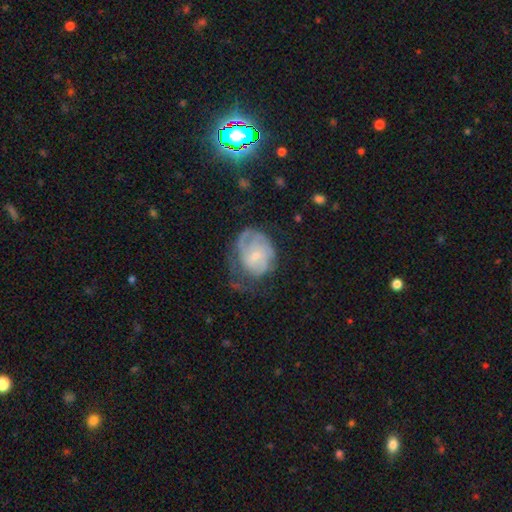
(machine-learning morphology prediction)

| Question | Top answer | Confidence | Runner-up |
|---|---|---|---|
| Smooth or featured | featured or disk | 65% | smooth (28%) |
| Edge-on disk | no | 97% | yes (3%) |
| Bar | no | 62% | weak (33%) |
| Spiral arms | yes | 81% | no (19%) |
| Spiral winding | tight | 50% | medium (34%) |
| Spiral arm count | can't tell | 45% | 2 (25%) |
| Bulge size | small | 68% | moderate (23%) |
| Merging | none | 40% | major disturbance (31%) |